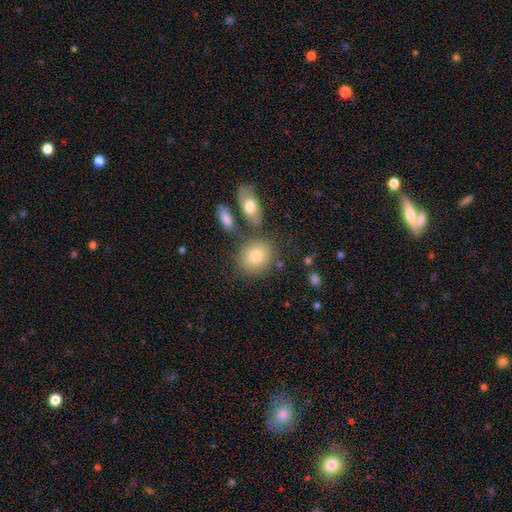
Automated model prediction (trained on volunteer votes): A smooth galaxy with no disk features (79%) that is round (60%).

Vote fractions:
- Smooth or featured? smooth: 79% / featured or disk: 12% / star or artifact: 9%
- How rounded? round: 60% / in between: 39% / cigar-shaped: 1%
- Merging? none: 73% / merger: 12% / minor disturbance: 11% / major disturbance: 4%